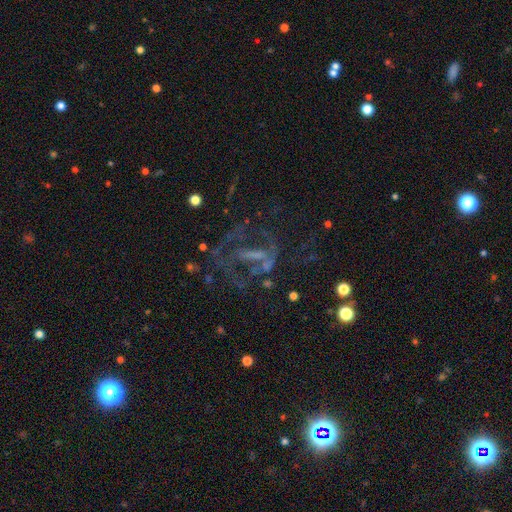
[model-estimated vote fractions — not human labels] Overall: featured or disk (64%). Edge-on disk: no (94%). Bar: no (36%; weak 33%). Spiral arms: yes (52%; no 48%). Bulge size: none (53%; small 24%). Merging: none (42%; major disturbance 37%).